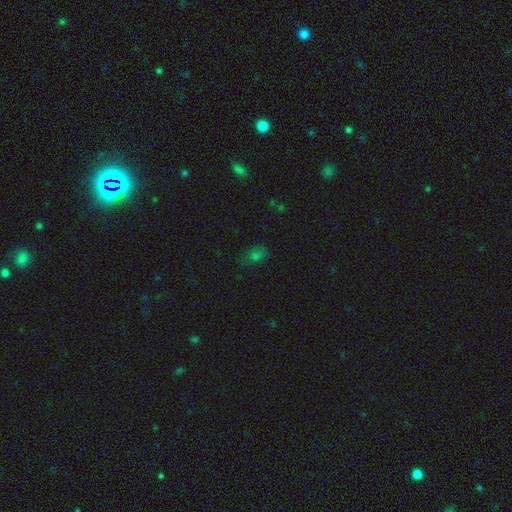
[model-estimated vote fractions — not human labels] The model was most divided on "smooth or featured": smooth: 57%, star or artifact: 32%, featured or disk: 11%. More confident: how rounded — in between (72%); merging — none (70%).